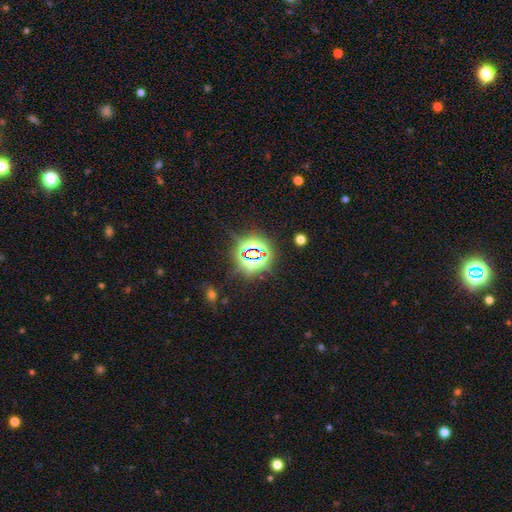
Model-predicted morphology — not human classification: The model was most divided on "smooth or featured": star or artifact: 78%, smooth: 13%, featured or disk: 9%.